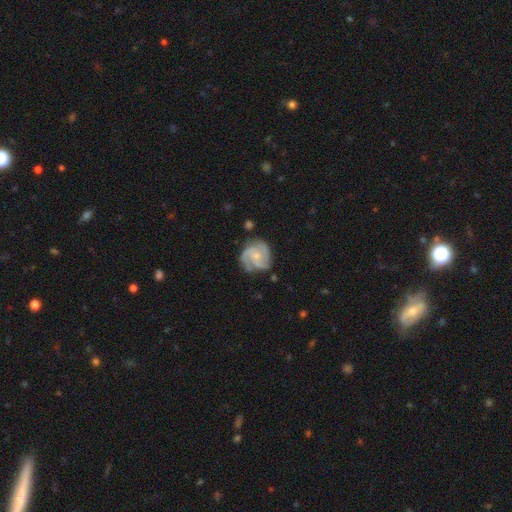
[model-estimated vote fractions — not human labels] Smooth or featured? featured or disk (84%)
Edge-on disk? no (98%)
Bar? no (71%)
Spiral arms? yes (97%)
Spiral winding? tight (49%)
Spiral arm count? 3 (57%)
Bulge size? small (67%)
Merging? none (67%)